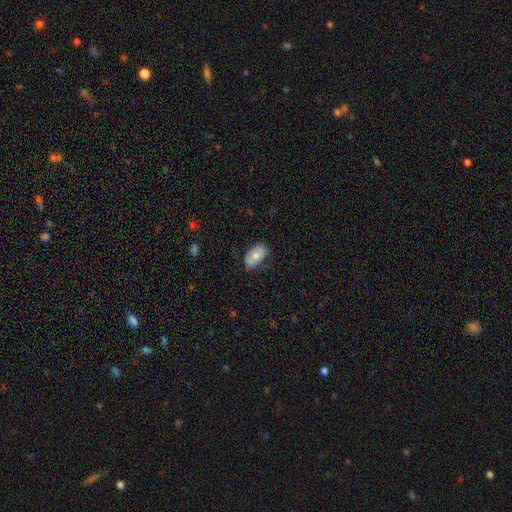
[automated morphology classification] Smooth or featured? Predicted: smooth (p=0.70). How rounded? Predicted: in between (p=0.92). Merging? Predicted: none (p=0.72).